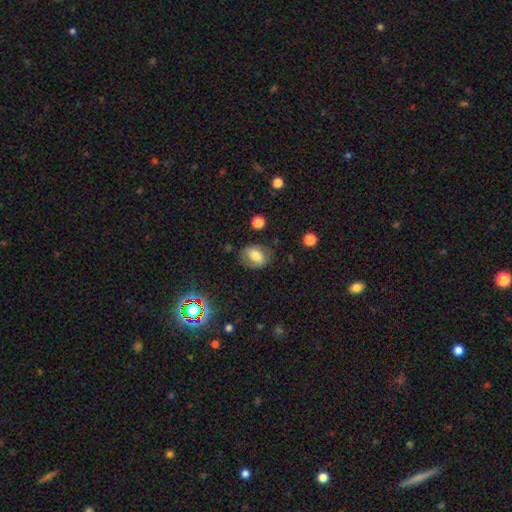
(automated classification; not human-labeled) The model was most divided on "how rounded": in between: 61%, round: 37%, cigar-shaped: 1%. More confident: merging — none (69%); smooth or featured — smooth (65%).